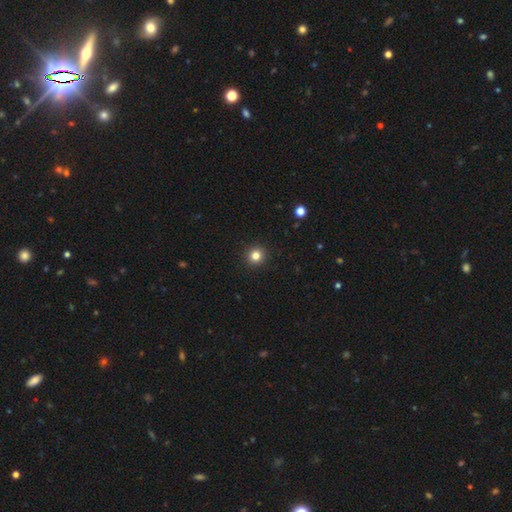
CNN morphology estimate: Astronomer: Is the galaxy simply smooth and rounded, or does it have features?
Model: smooth — 82%.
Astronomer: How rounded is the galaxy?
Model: round — 94%.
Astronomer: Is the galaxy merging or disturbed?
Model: none — 93%.